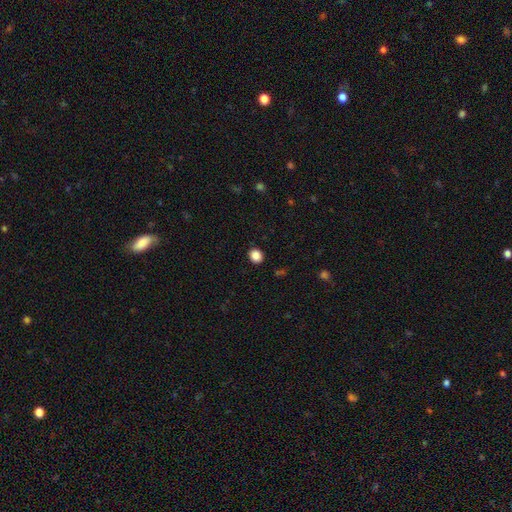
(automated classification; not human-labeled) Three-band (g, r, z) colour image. It shows a smooth galaxy with no disk features (87%) that is round (72%). Merging: none (90%).